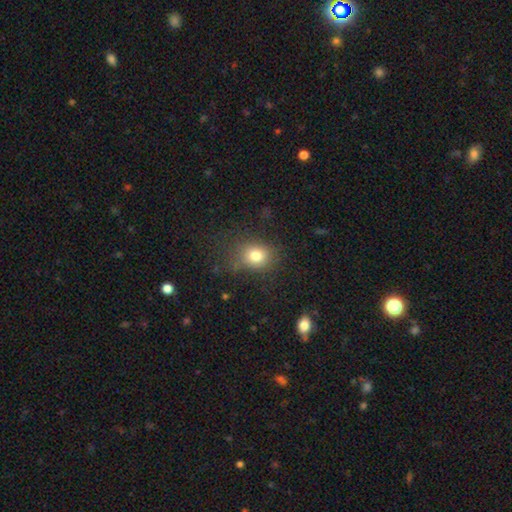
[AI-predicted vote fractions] This is likely a smooth galaxy (78%). How rounded: possibly round (60%). Merging: likely none (71%).